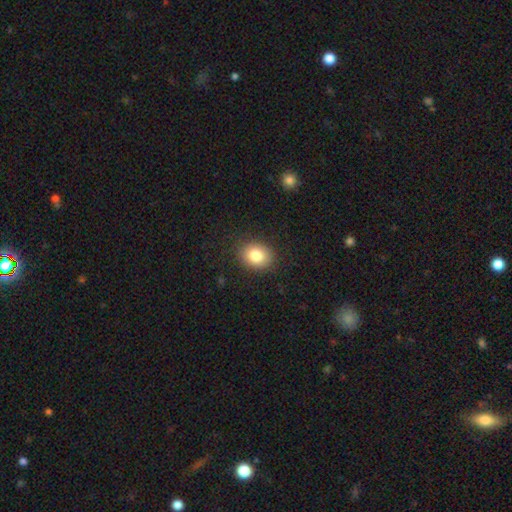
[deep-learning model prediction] smooth 83%, star or artifact 9%, featured or disk 8%. Down the decision tree: how rounded — round (54%); merging — none (88%).